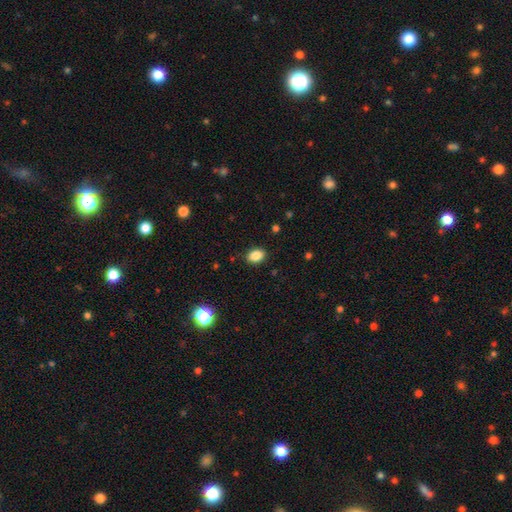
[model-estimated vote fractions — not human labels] A smooth galaxy with no disk features (86%) that is in between round and cigar-shaped (77%). Merging: none (88%).